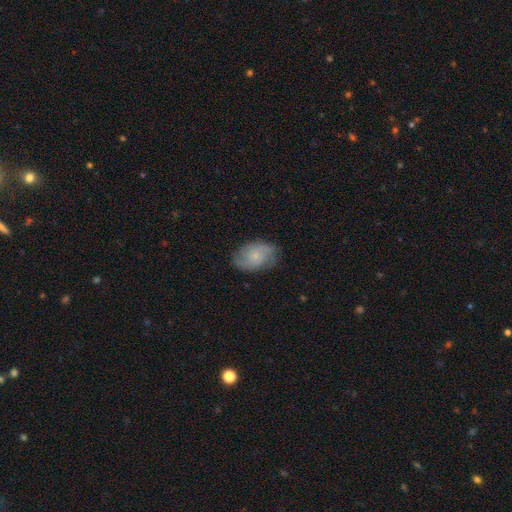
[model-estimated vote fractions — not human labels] Morphology: type=featured or disk (53%); edge-on=no (97%); bar=no (76%); spiral arms=yes (87%); bulge=small (70%); merging=none (75%).